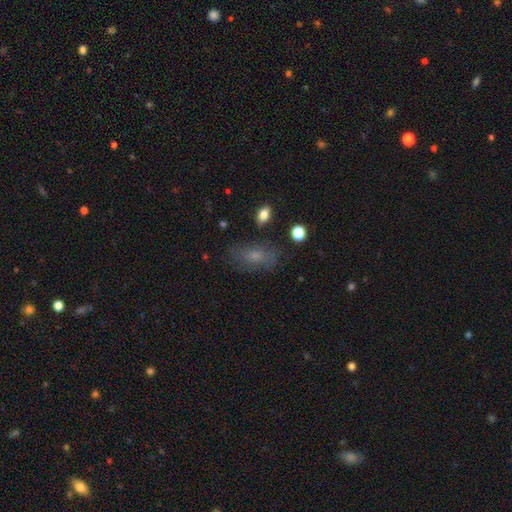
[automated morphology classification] smooth 58%, featured or disk 27%, star or artifact 14%. Down the decision tree: how rounded — in between (84%); merging — none (70%).